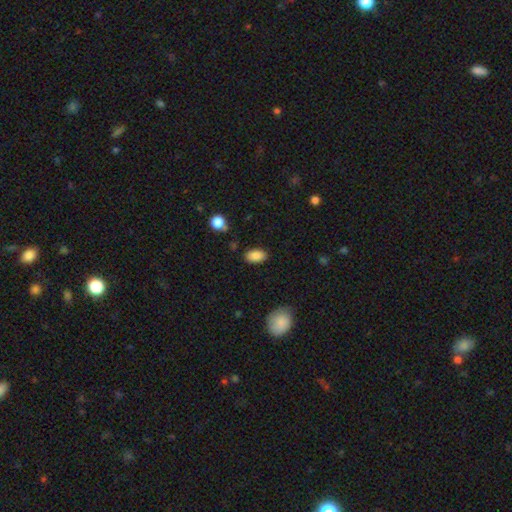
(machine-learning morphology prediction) Smooth or featured: smooth — 87% (star or artifact — 8%)
How rounded: in between — 91% (round — 7%)
Merging: none — 85% (minor disturbance — 10%)